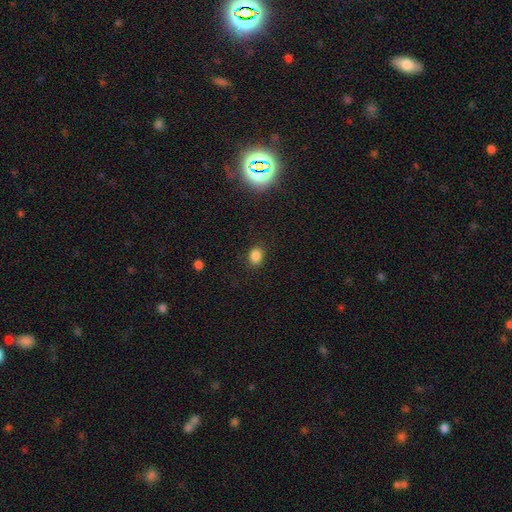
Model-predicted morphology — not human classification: A smooth galaxy with no disk features (83%) that is in between round and cigar-shaped (56%).

Vote fractions:
- Smooth or featured? smooth: 83% / star or artifact: 13% / featured or disk: 4%
- How rounded? in between: 56% / round: 43% / cigar-shaped: 1%
- Merging? none: 86% / minor disturbance: 10% / major disturbance: 3% / merger: 1%